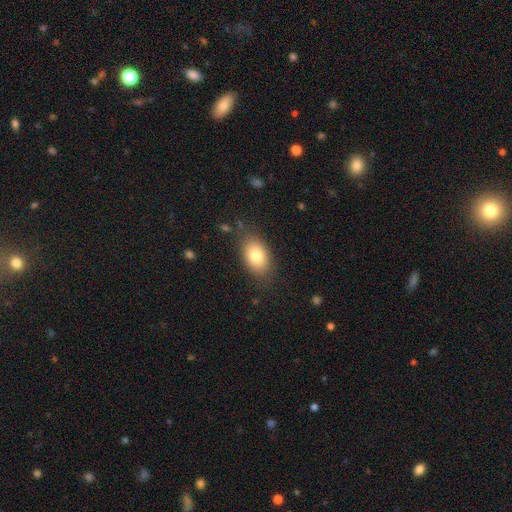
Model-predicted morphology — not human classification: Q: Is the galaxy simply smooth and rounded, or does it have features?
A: smooth — 80%.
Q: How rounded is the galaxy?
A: in between — 87%.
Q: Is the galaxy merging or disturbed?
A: none — 80%.